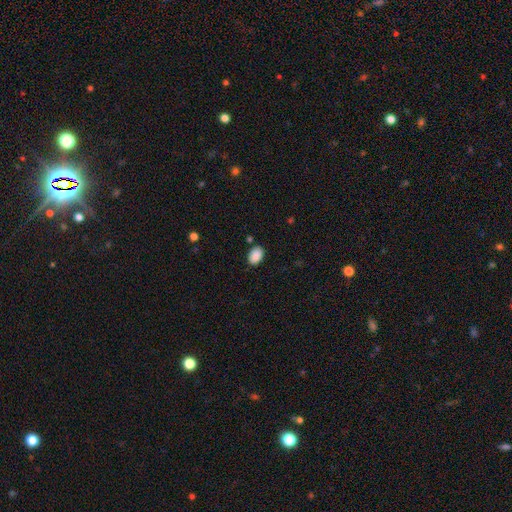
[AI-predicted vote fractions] A smooth galaxy with no disk features (89%) that is in between round and cigar-shaped (84%).

Vote fractions:
- Smooth or featured? smooth: 89% / star or artifact: 8% / featured or disk: 3%
- How rounded? in between: 84% / round: 15% / cigar-shaped: 1%
- Merging? none: 84% / minor disturbance: 11% / major disturbance: 3% / merger: 2%